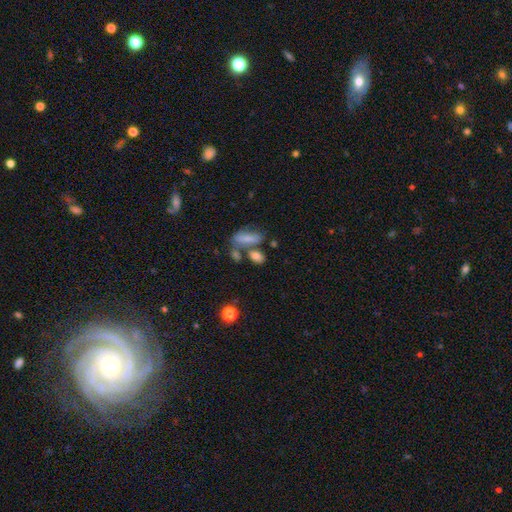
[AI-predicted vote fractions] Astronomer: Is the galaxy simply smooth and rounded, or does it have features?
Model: smooth — 76%.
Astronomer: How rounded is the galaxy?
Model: in between — 76%.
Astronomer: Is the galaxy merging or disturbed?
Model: none — 48% (runner-up: merger, 33%).